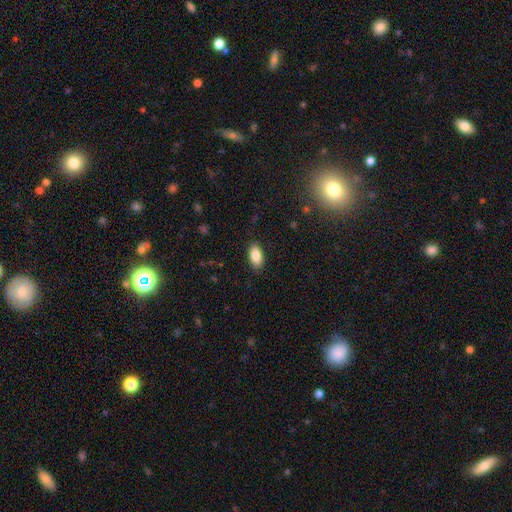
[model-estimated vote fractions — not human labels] Smooth or featured?
  - smooth: 88% *
  - star or artifact: 7%
  - featured or disk: 5%
How rounded?
  - in between: 93% *
  - cigar-shaped: 4%
  - round: 3%
Merging?
  - none: 87% *
  - minor disturbance: 10%
  - major disturbance: 2%
  - merger: 1%